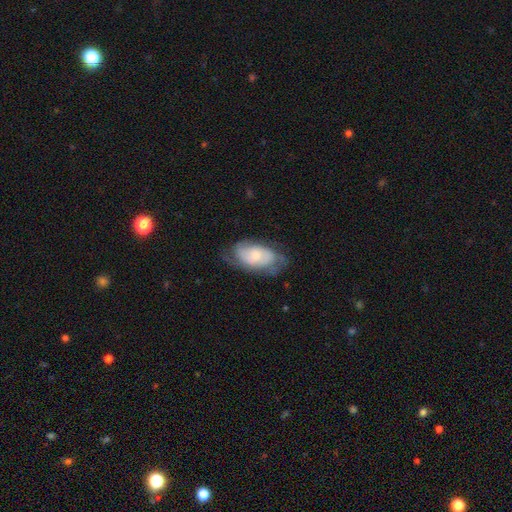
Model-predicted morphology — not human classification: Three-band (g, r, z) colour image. It shows a featured or disk galaxy (55%) with no bar (74%), spiral arms (78%) and a small central bulge (50%). Merging: none (59%).